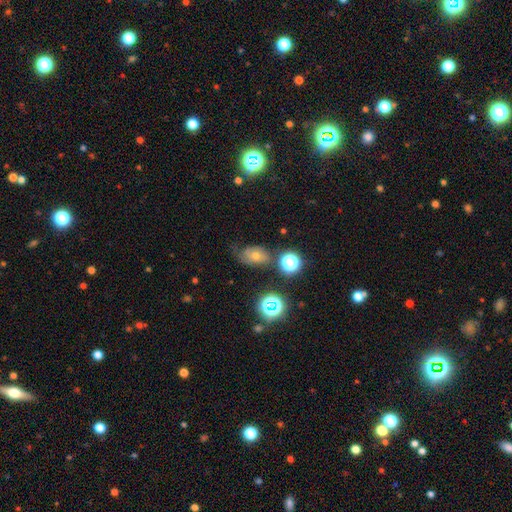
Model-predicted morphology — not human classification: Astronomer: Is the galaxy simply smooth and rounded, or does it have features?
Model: featured or disk — 36% (runner-up: smooth, 32%).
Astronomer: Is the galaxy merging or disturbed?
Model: none — 57%.